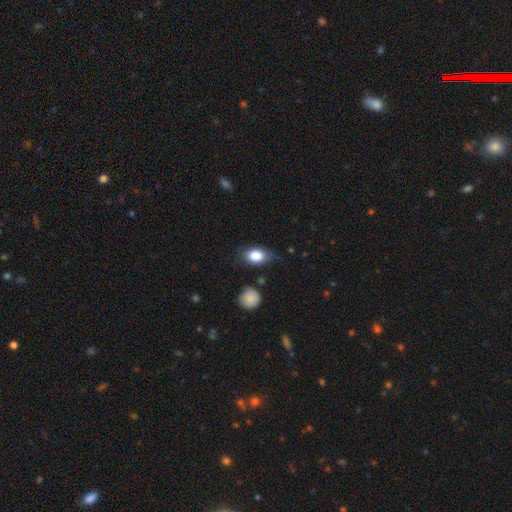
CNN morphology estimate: Q: Smooth or featured?
A: smooth (84%); runner-up: featured or disk (9%)
Q: How rounded?
A: in between (85%); runner-up: round (13%)
Q: Merging?
A: none (66%); runner-up: minor disturbance (25%)